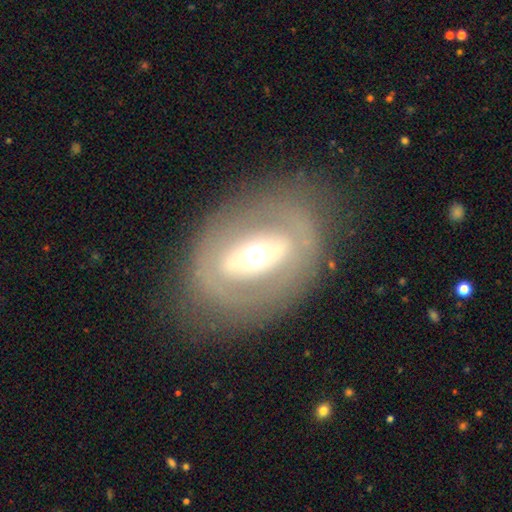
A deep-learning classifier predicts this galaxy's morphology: This is likely a featured or disk galaxy (66%). It is clearly not viewed edge-on (90%). Bar: marginally strong (41%). Spiral arm pattern: clearly no (80%). Central bulge: likely moderate (62%). Merging: likely none (77%).